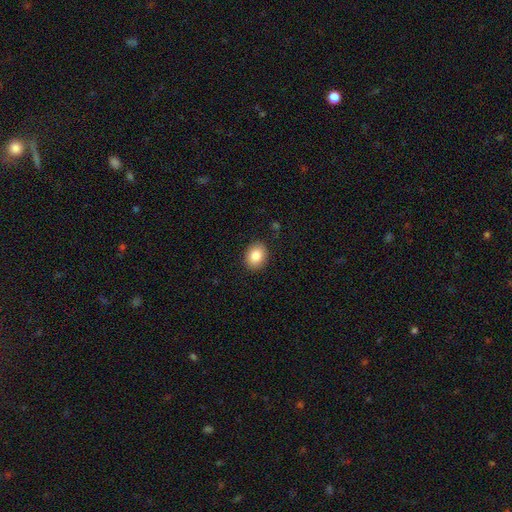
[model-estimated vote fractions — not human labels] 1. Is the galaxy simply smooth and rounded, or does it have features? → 86% smooth, 8% star or artifact, 6% featured or disk.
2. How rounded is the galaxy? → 52% in between, 48% round, 1% cigar-shaped.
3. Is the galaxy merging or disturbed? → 89% none, 8% minor disturbance, 2% major disturbance, 1% merger.